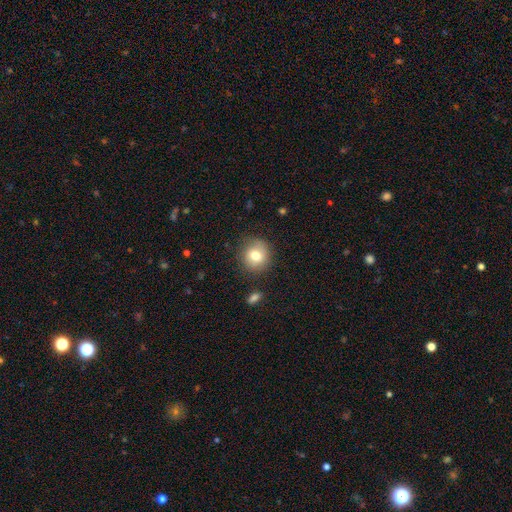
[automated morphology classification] This is likely a smooth galaxy (76%). How rounded: clearly round (88%). Merging: clearly none (82%).